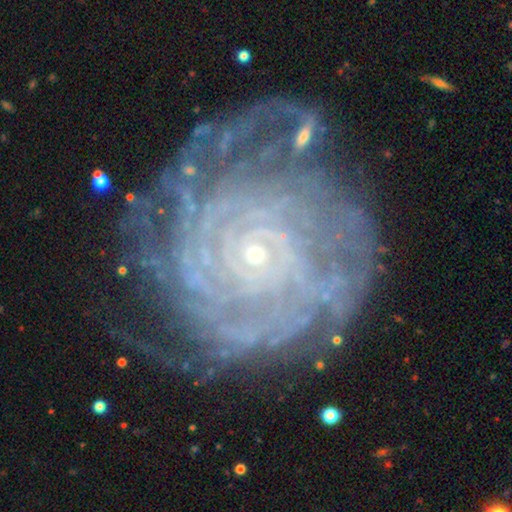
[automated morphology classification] smooth_or_featured: featured or disk (p=0.86) [alt: star or artifact p=0.07]
disk_edge_on: no (p=0.97) [alt: yes p=0.03]
bar: no (p=0.79) [alt: weak p=0.15]
has_spiral_arms: yes (p=0.95) [alt: no p=0.05]
spiral_winding: tight (p=0.83) [alt: medium p=0.14]
spiral_arm_count: can't tell (p=0.33) [alt: more than 4 p=0.21]
bulge_size: small (p=0.89) [alt: moderate p=0.07]
merging: none (p=0.61) [alt: minor disturbance p=0.20]